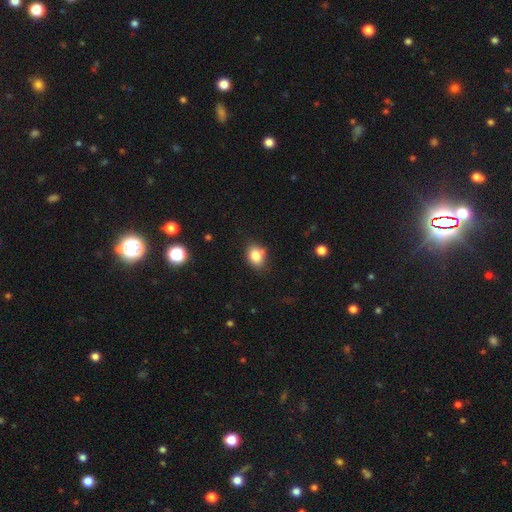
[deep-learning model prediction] Smooth or featured: smooth — 82% (star or artifact — 10%)
How rounded: in between — 64% (round — 35%)
Merging: none — 73% (minor disturbance — 18%)